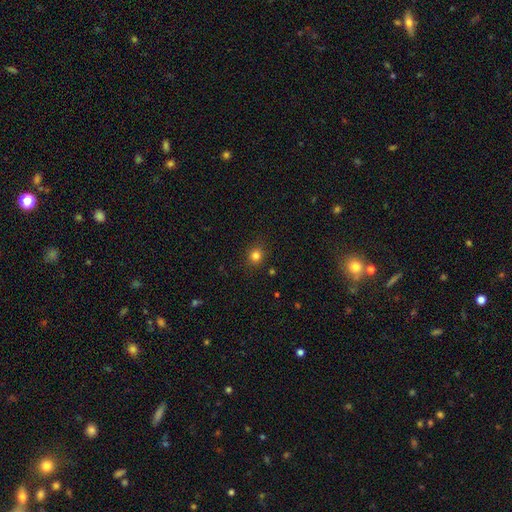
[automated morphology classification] Smooth or featured?
  - smooth: 80% *
  - star or artifact: 15%
  - featured or disk: 6%
How rounded?
  - round: 83% *
  - in between: 16%
  - cigar-shaped: 1%
Merging?
  - none: 88% *
  - minor disturbance: 8%
  - major disturbance: 2%
  - merger: 1%